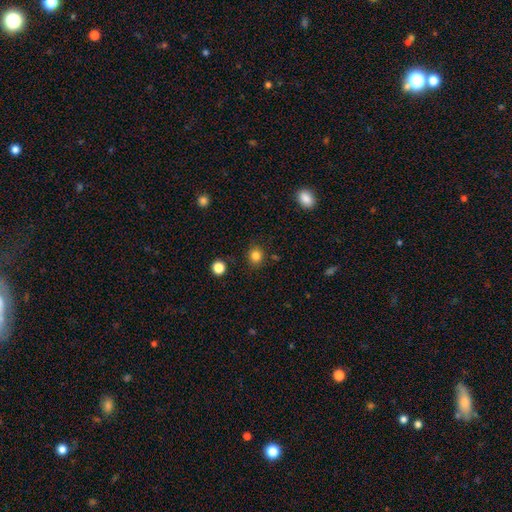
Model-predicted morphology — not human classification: Smooth or featured: smooth — 83% (star or artifact — 12%)
How rounded: round — 80% (in between — 19%)
Merging: none — 87% (minor disturbance — 9%)